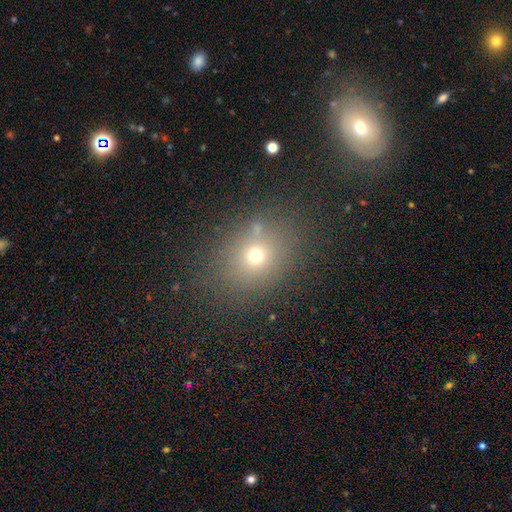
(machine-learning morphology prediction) Smooth or featured? smooth (66%)
How rounded? round (61%)
Merging? none (78%)